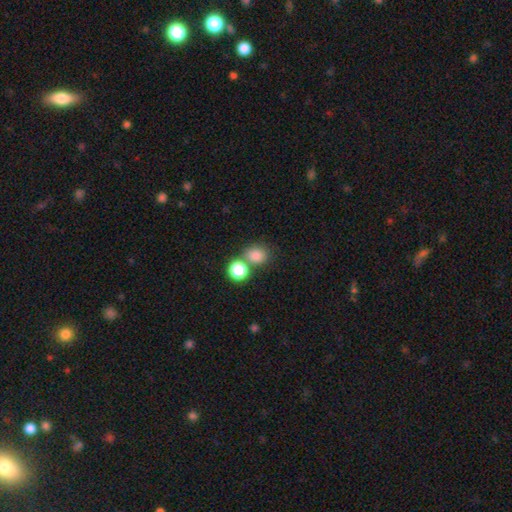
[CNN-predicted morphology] smooth-or-featured: smooth: 82% | star or artifact: 12% | featured or disk: 6%
  how-rounded: round: 72% | in between: 27% | cigar-shaped: 1%
  merging: none: 56% | merger: 32% | minor disturbance: 9% | major disturbance: 3%